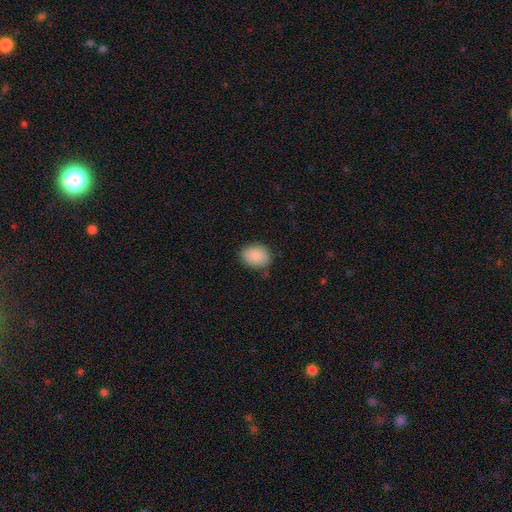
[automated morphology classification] Q: Smooth or featured?
A: smooth (88%); runner-up: star or artifact (7%)
Q: How rounded?
A: in between (65%); runner-up: round (34%)
Q: Merging?
A: none (79%); runner-up: minor disturbance (16%)